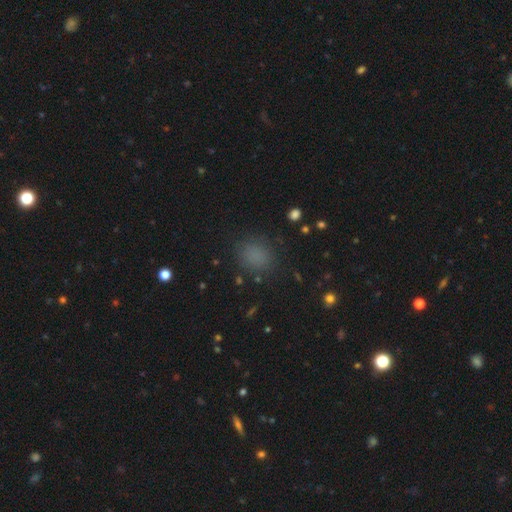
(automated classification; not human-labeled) Smooth or featured?
  - smooth: 79% *
  - star or artifact: 17%
  - featured or disk: 5%
How rounded?
  - round: 74% *
  - in between: 25%
  - cigar-shaped: 1%
Merging?
  - none: 85% *
  - minor disturbance: 10%
  - major disturbance: 4%
  - merger: 1%